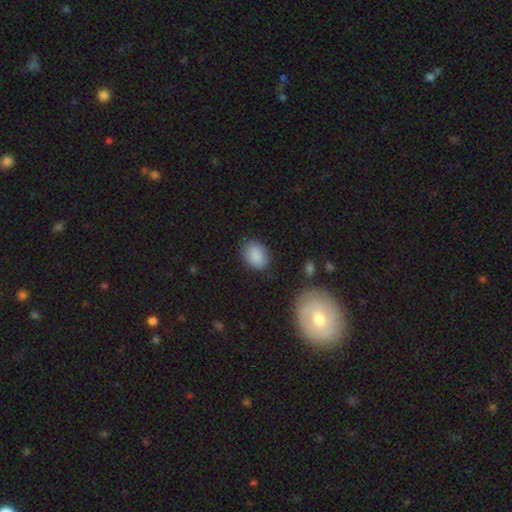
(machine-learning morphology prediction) Smooth or featured? smooth (87%)
How rounded? in between (75%)
Merging? none (79%)